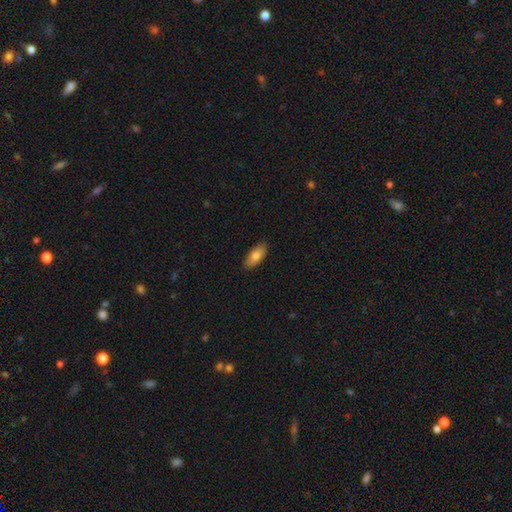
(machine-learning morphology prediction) Q: Smooth or featured?
A: smooth (81%); runner-up: featured or disk (13%)
Q: How rounded?
A: in between (87%); runner-up: cigar-shaped (11%)
Q: Merging?
A: none (88%); runner-up: minor disturbance (9%)